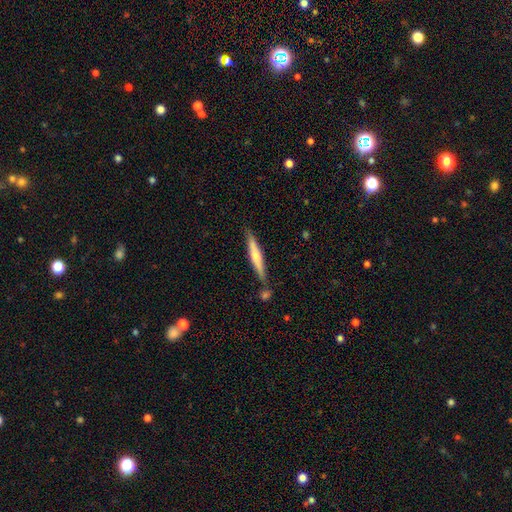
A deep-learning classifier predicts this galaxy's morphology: This appears to be a smooth galaxy with no disk features (50%) that is cigar-shaped (93%). Merging: none (78%).